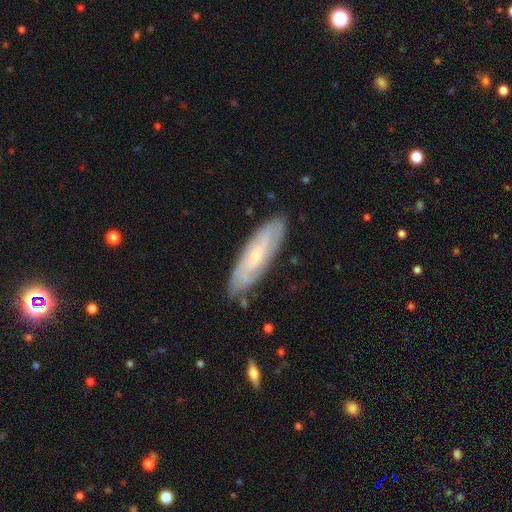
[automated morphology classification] smooth-or-featured: featured or disk: 67% | smooth: 26% | star or artifact: 6%
  disk-edge-on: no: 75% | yes: 25%
    bar: no: 67% | weak: 26% | strong: 7%
    has-spiral-arms: yes: 81% | no: 19%
    bulge-size: small: 78% | moderate: 18% | none: 2% | large: 1% | dominant: 1%
  merging: none: 81% | minor disturbance: 15% | major disturbance: 3% | merger: 2%